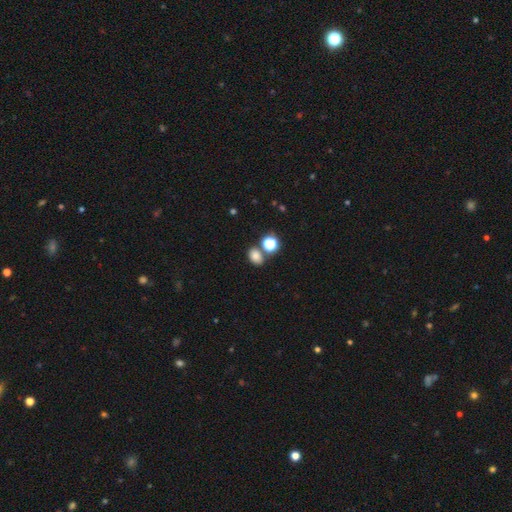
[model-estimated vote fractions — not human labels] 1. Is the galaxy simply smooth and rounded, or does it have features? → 78% smooth, 16% star or artifact, 6% featured or disk.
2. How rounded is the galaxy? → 64% in between, 35% round, 1% cigar-shaped.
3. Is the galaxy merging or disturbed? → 66% none, 20% merger, 11% minor disturbance, 4% major disturbance.